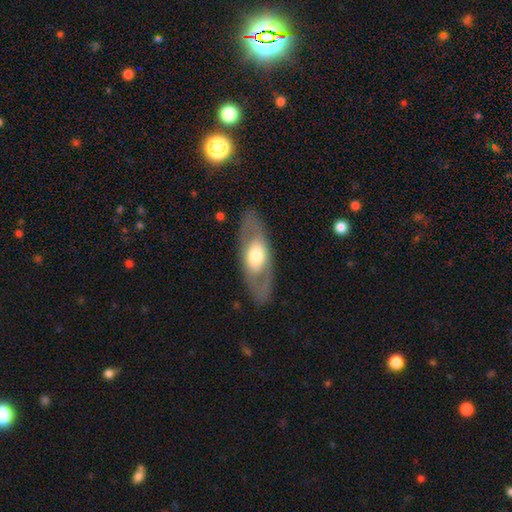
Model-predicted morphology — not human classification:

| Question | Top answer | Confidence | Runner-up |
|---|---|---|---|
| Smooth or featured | featured or disk | 54% | smooth (41%) |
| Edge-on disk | no | 79% | yes (21%) |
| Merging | none | 83% | minor disturbance (10%) |